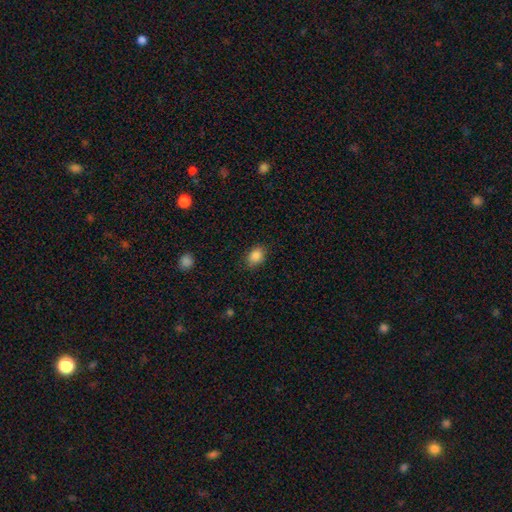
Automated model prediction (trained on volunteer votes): The model was most divided on "how rounded": in between: 64%, round: 35%, cigar-shaped: 1%. More confident: smooth or featured — smooth (87%); merging — none (83%).